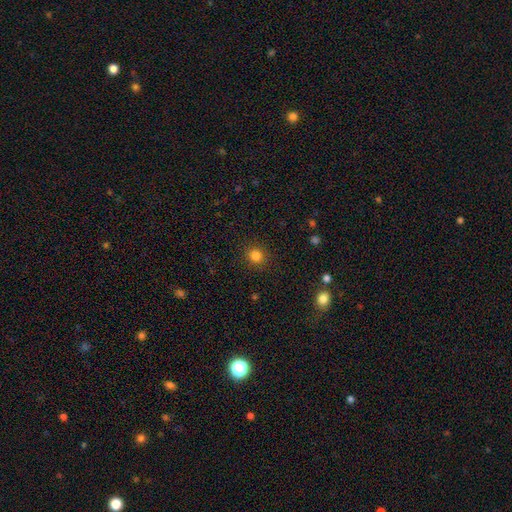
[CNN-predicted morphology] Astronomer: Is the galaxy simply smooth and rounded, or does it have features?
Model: smooth — 83%.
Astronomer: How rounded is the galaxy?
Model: round — 87%.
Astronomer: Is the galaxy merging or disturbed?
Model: none — 90%.